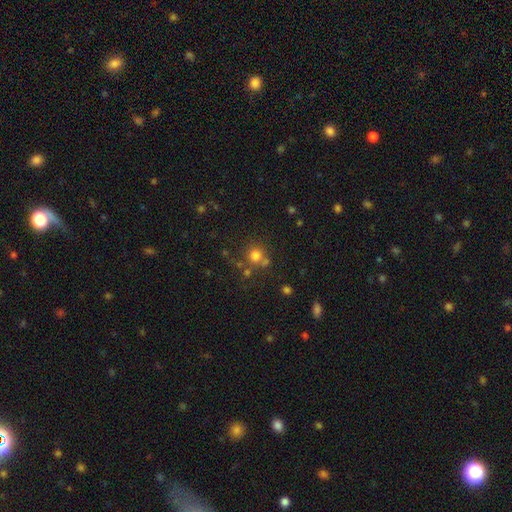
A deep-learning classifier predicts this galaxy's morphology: A smooth galaxy with no disk features (74%) that is round (91%).

Vote fractions:
- Smooth or featured? smooth: 74% / star or artifact: 17% / featured or disk: 9%
- How rounded? round: 91% / in between: 8% / cigar-shaped: 1%
- Merging? none: 66% / merger: 19% / minor disturbance: 11% / major disturbance: 5%